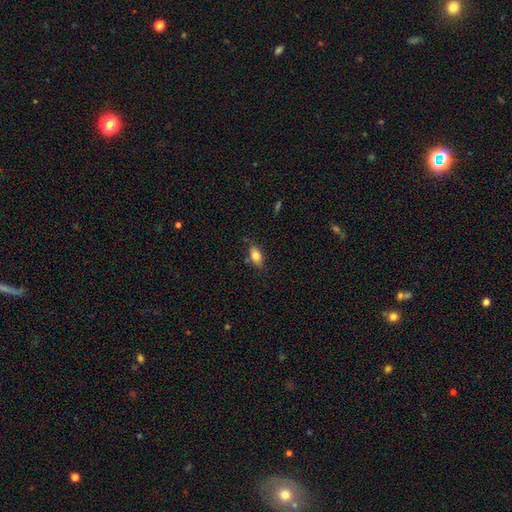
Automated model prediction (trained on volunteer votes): Smooth or featured: smooth — 80% (featured or disk — 11%)
How rounded: in between — 86% (cigar-shaped — 7%)
Merging: none — 75% (minor disturbance — 17%)